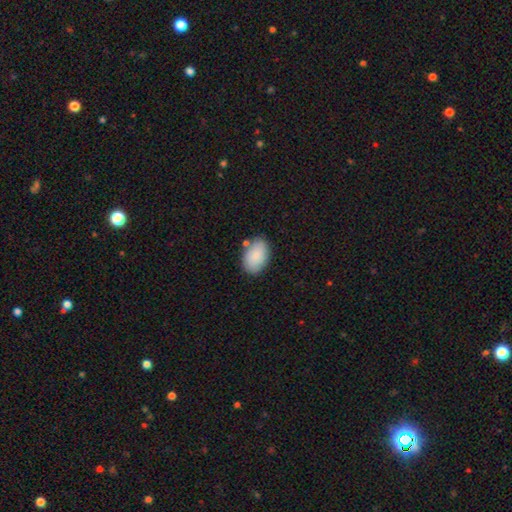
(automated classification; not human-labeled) Smooth or featured? Predicted: smooth (p=0.88). How rounded? Predicted: in between (p=0.93). Merging? Predicted: none (p=0.78).